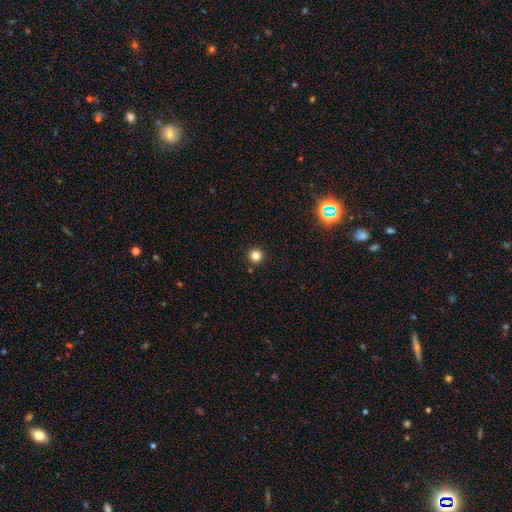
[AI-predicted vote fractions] The model was most divided on "smooth or featured": smooth: 81%, star or artifact: 14%, featured or disk: 4%. More confident: how rounded — round (96%); merging — none (92%).